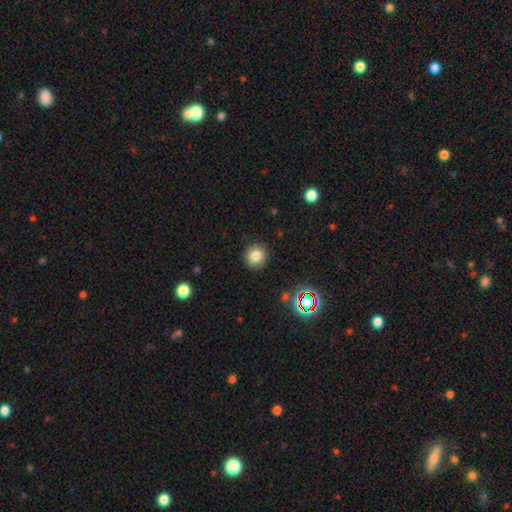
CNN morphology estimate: This is likely a smooth galaxy (79%). How rounded: clearly round (91%). Merging: clearly none (89%).